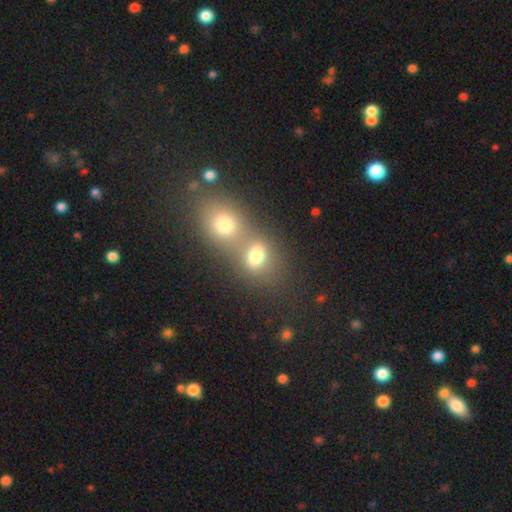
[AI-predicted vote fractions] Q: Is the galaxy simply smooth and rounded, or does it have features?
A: smooth — 73%.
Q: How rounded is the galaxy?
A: in between — 49%, tied with round.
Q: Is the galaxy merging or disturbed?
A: merger — 63%.